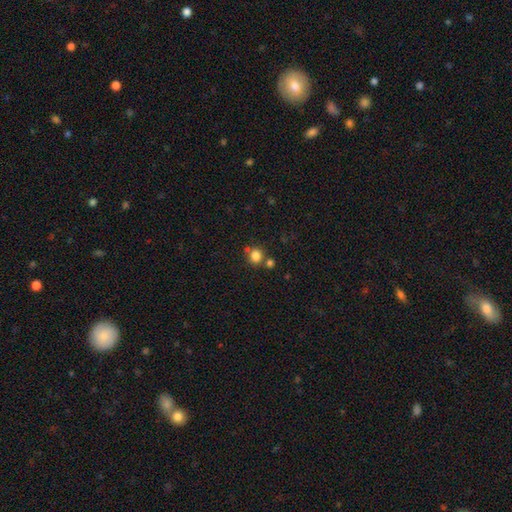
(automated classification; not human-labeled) This is clearly a smooth galaxy (82%). How rounded: clearly round (84%). Merging: likely none (69%).